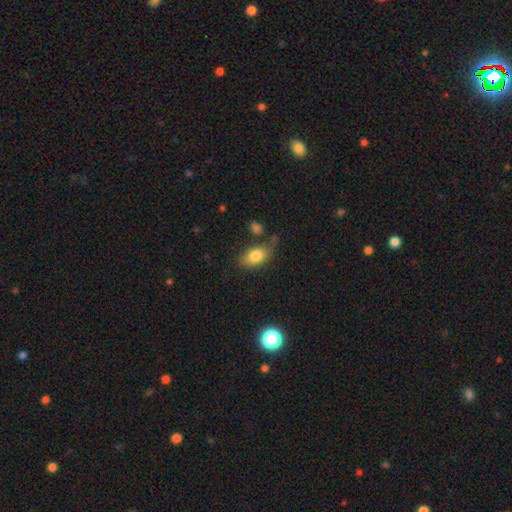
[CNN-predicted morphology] This is clearly a smooth galaxy (81%). How rounded: clearly in between (88%). Merging: likely none (61%).